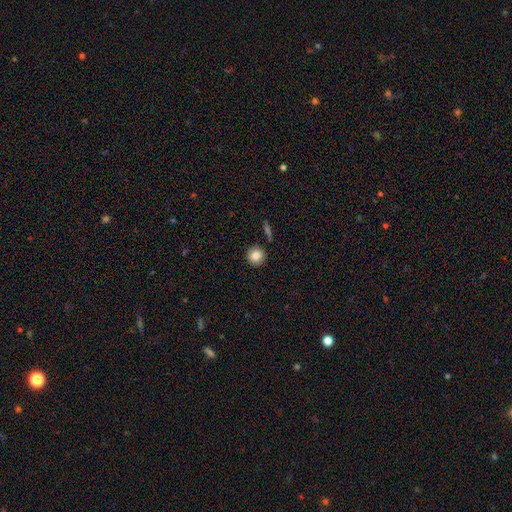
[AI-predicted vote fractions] smooth_or_featured: smooth (p=0.83) [alt: star or artifact p=0.09]
how_rounded: round (p=0.93) [alt: in between p=0.06]
merging: none (p=0.87) [alt: minor disturbance p=0.08]